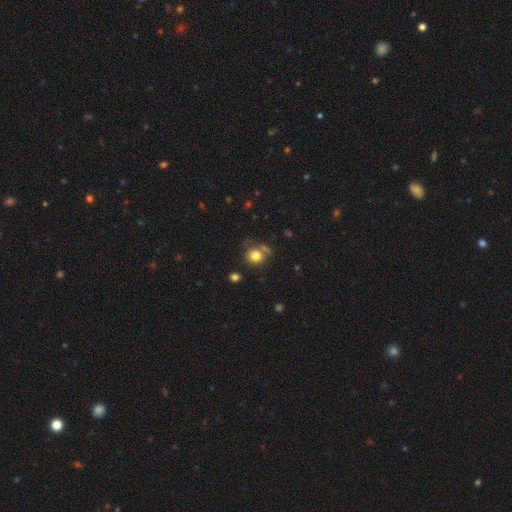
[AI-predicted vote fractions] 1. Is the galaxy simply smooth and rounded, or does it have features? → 80% smooth, 11% star or artifact, 10% featured or disk.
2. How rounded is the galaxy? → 81% round, 18% in between, 1% cigar-shaped.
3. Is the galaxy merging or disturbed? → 62% none, 18% minor disturbance, 12% merger, 8% major disturbance.